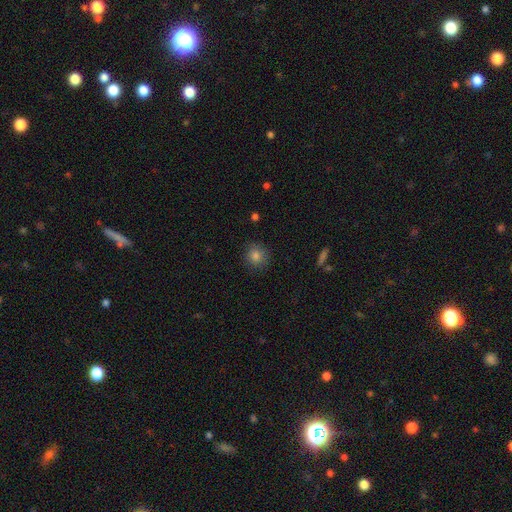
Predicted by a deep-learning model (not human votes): This is clearly a smooth galaxy (83%). How rounded: clearly round (89%). Merging: clearly none (85%).